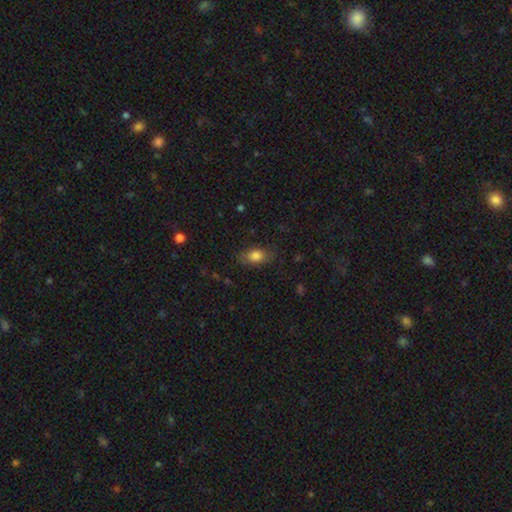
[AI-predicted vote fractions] Smooth or featured: smooth — 81% (featured or disk — 10%)
How rounded: in between — 83% (round — 12%)
Merging: none — 77% (minor disturbance — 17%)